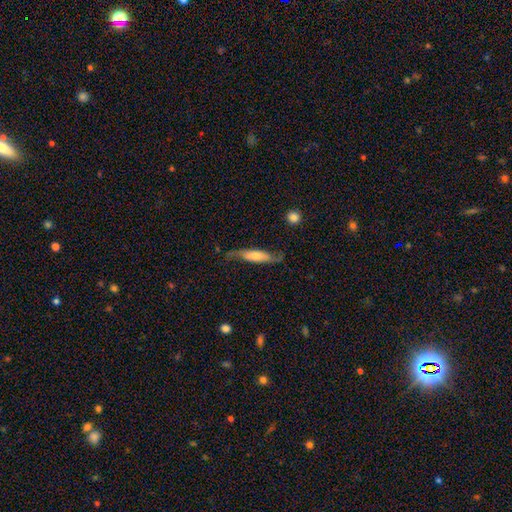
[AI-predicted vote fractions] The model was most divided on "edge-on disk": no: 54%, yes: 46%. More confident: merging — none (69%); smooth or featured — featured or disk (66%).